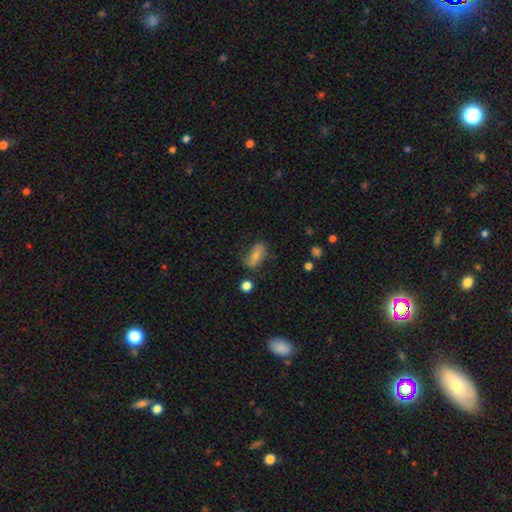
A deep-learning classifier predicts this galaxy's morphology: The model was most divided on "merging": none: 61%, minor disturbance: 25%, major disturbance: 10%, merger: 4%. More confident: how rounded — in between (85%); smooth or featured — smooth (67%).